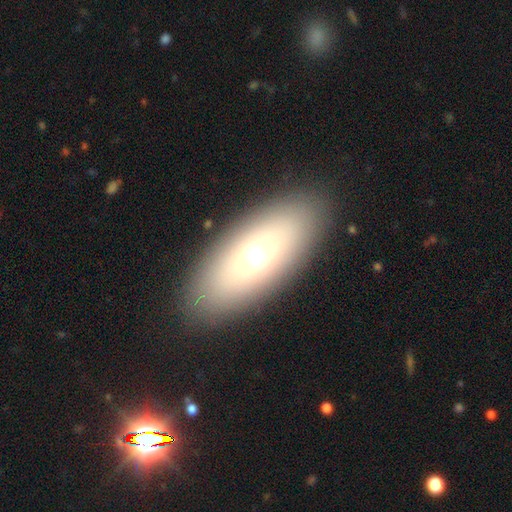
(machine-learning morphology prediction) The model was most divided on "smooth or featured": smooth: 53%, featured or disk: 38%, star or artifact: 9%. More confident: merging — none (87%); how rounded — in between (82%).